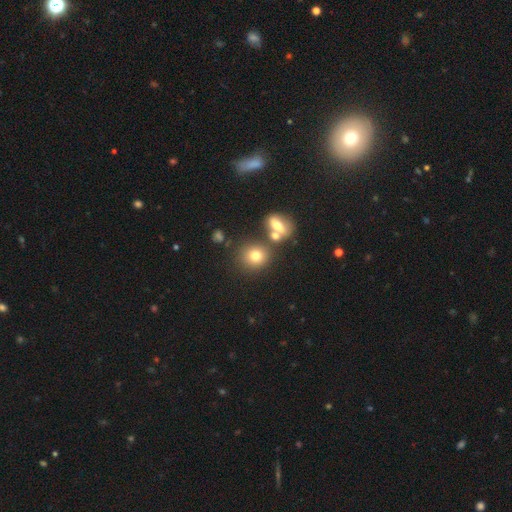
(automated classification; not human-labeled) Q: Smooth or featured?
A: smooth (75%); runner-up: star or artifact (13%)
Q: How rounded?
A: round (79%); runner-up: in between (20%)
Q: Merging?
A: none (64%); runner-up: merger (22%)